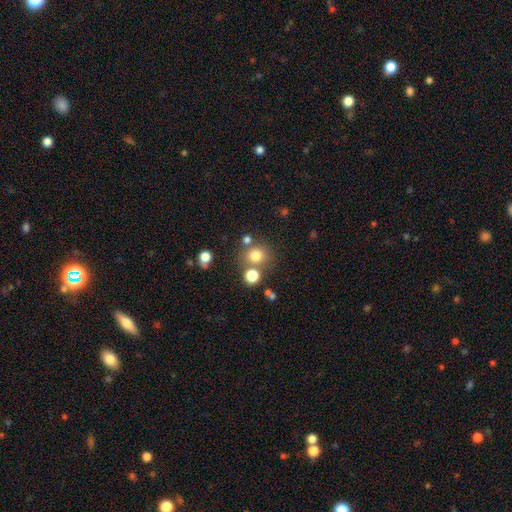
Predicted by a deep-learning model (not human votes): Smooth or featured: smooth — 76% (star or artifact — 16%)
How rounded: round — 85% (in between — 14%)
Merging: none — 70% (merger — 16%)